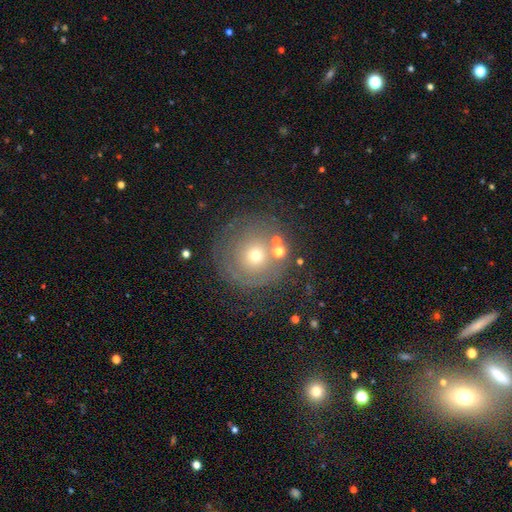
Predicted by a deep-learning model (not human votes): A smooth galaxy with no disk features (46%).

Vote fractions:
- Smooth or featured? smooth: 46% / featured or disk: 39% / star or artifact: 15%
- Merging? none: 71% / minor disturbance: 14% / major disturbance: 10% / merger: 5%